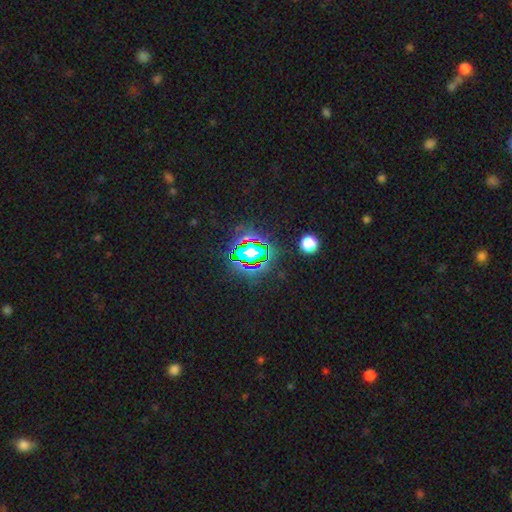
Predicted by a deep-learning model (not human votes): Smooth or featured: star or artifact — 81% (smooth — 12%)